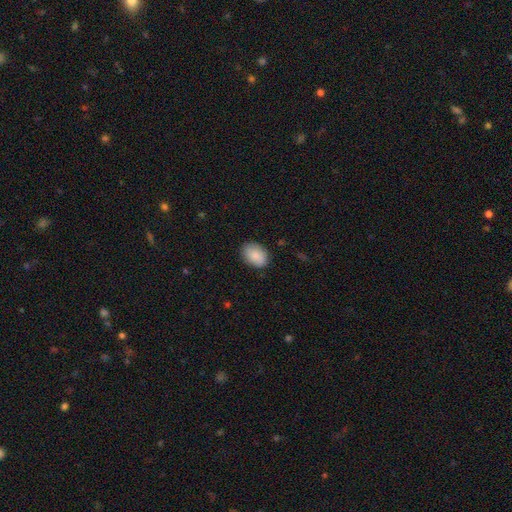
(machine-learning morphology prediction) Smooth or featured: smooth — 89% (star or artifact — 6%)
How rounded: in between — 82% (round — 17%)
Merging: none — 85% (minor disturbance — 12%)